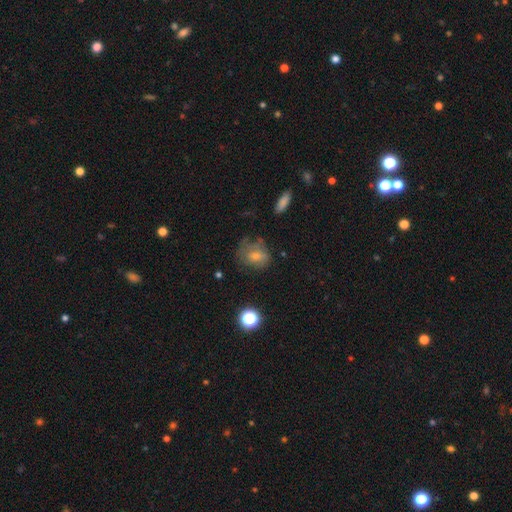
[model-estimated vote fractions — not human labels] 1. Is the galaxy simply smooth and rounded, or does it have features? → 60% smooth, 27% featured or disk, 13% star or artifact.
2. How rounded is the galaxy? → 53% round, 45% in between, 1% cigar-shaped.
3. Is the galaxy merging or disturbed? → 44% none, 28% minor disturbance, 25% major disturbance, 3% merger.